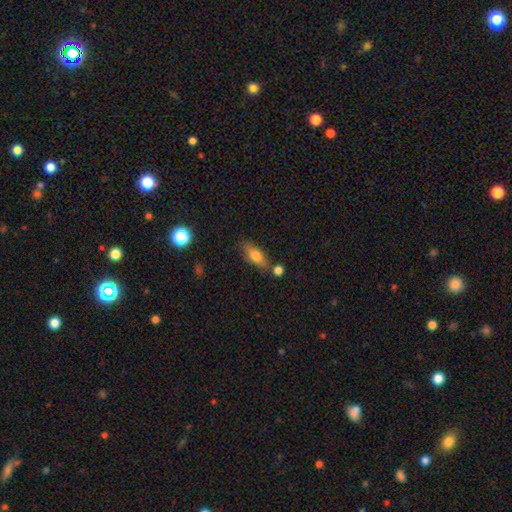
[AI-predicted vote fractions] smooth 66%, featured or disk 25%, star or artifact 8%. Down the decision tree: how rounded — in between (66%); merging — none (70%).